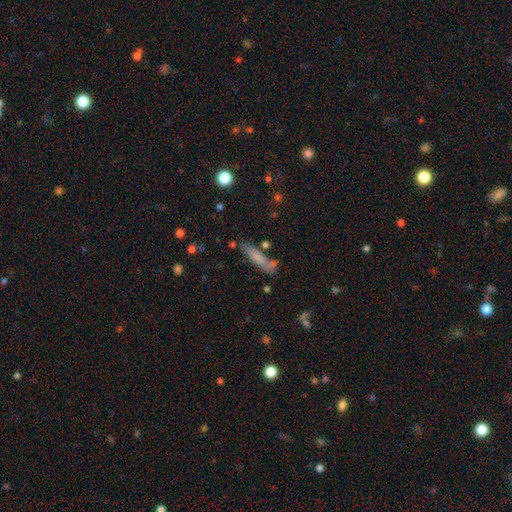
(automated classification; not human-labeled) A smooth galaxy with no disk features (67%) that is cigar-shaped (82%).

Vote fractions:
- Smooth or featured? smooth: 67% / featured or disk: 21% / star or artifact: 12%
- How rounded? cigar-shaped: 82% / in between: 16% / round: 2%
- Merging? none: 67% / minor disturbance: 18% / merger: 9% / major disturbance: 6%